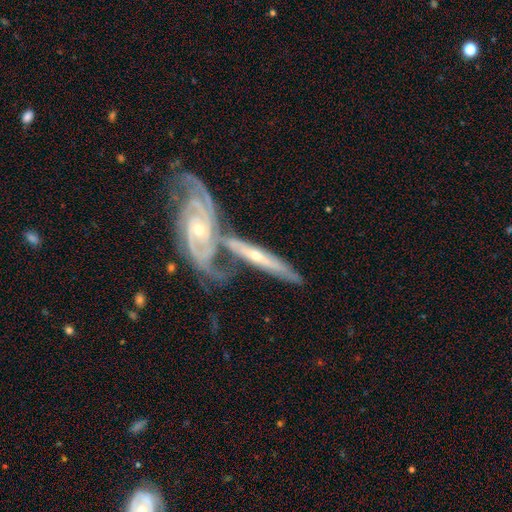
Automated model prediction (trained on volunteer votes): This appears to be a featured or disk galaxy (84%) with no bar (61%), 2 (39%) tight (62%) spiral arms (93%) and a small central bulge (62%). Merging: merger (45%).